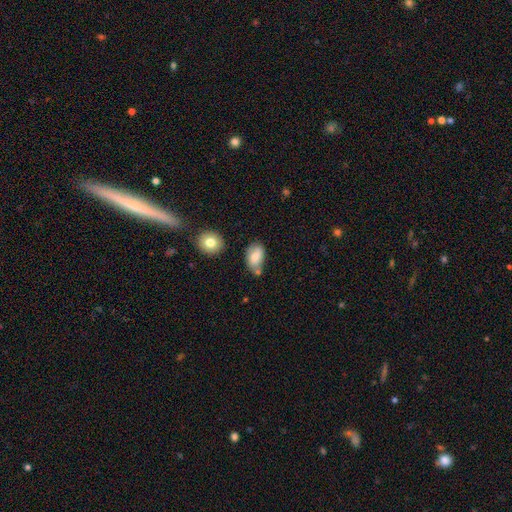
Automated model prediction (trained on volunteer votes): Smooth or featured? Predicted: smooth (p=0.72). How rounded? Predicted: in between (p=0.89). Merging? Predicted: none (p=0.51).